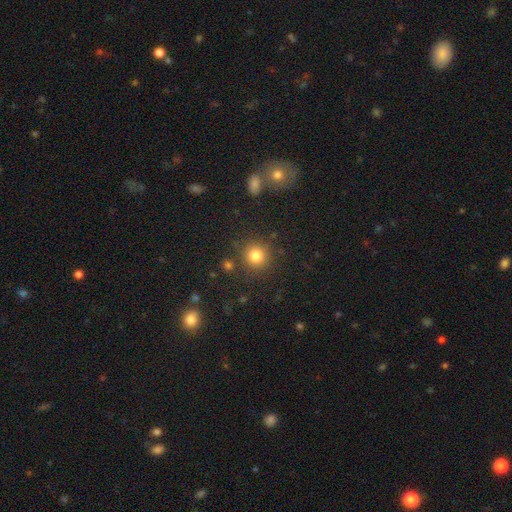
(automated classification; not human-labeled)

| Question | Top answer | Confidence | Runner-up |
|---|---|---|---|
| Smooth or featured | smooth | 82% | star or artifact (13%) |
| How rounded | round | 92% | in between (7%) |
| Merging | none | 85% | minor disturbance (8%) |